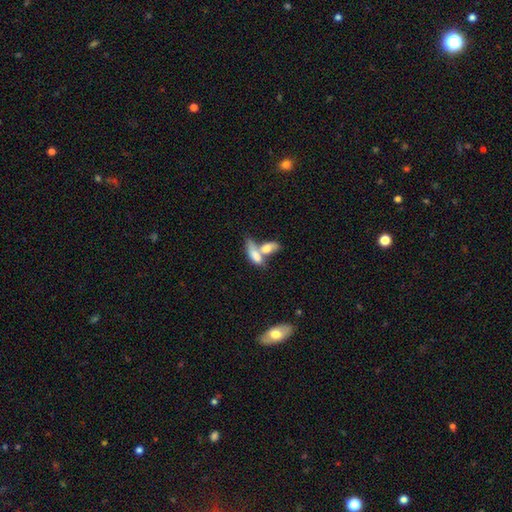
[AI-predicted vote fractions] Smooth or featured: smooth — 72% (featured or disk — 21%)
How rounded: in between — 75% (cigar-shaped — 20%)
Merging: merger — 69% (none — 17%)